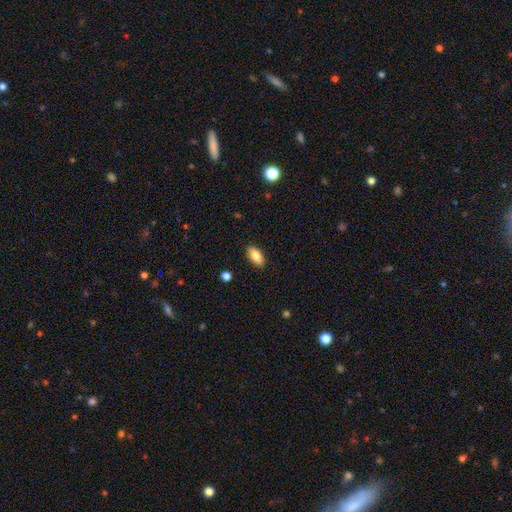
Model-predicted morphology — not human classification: This is clearly a smooth galaxy (84%). How rounded: clearly in between (90%). Merging: clearly none (88%).